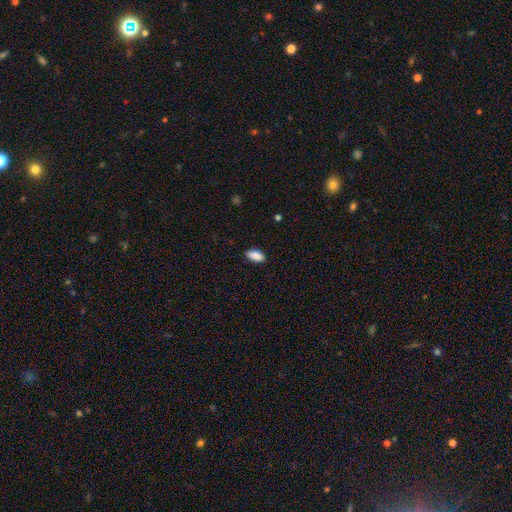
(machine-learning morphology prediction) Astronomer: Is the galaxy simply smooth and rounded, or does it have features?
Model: smooth — 89%.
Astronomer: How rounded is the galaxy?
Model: in between — 91%.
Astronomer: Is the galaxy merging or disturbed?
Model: none — 86%.